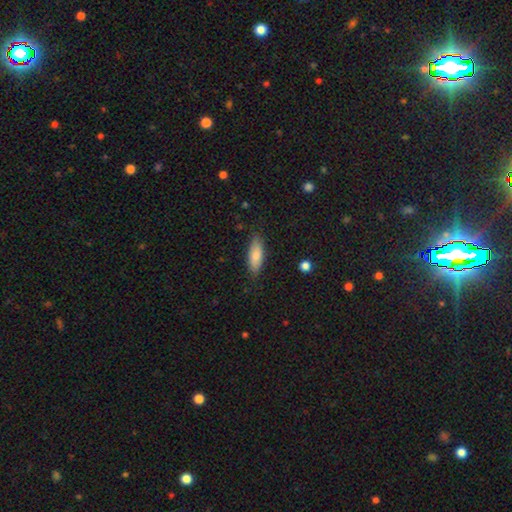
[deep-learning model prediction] This appears to be a smooth galaxy with no disk features (79%) that is in between round and cigar-shaped (63%). Merging: none (82%).